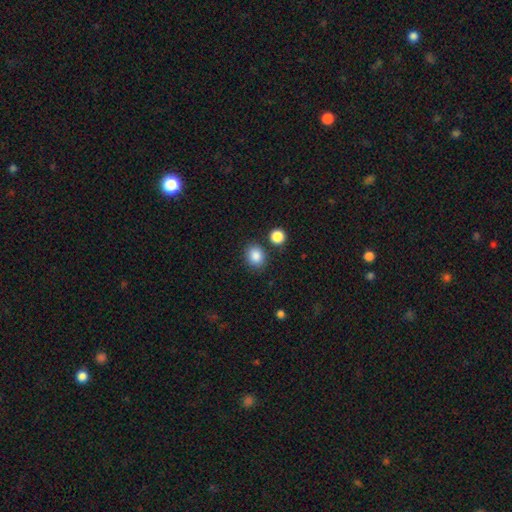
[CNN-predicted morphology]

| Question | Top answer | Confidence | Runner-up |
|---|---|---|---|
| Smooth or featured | smooth | 87% | star or artifact (9%) |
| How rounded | round | 64% | in between (35%) |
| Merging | none | 81% | minor disturbance (10%) |